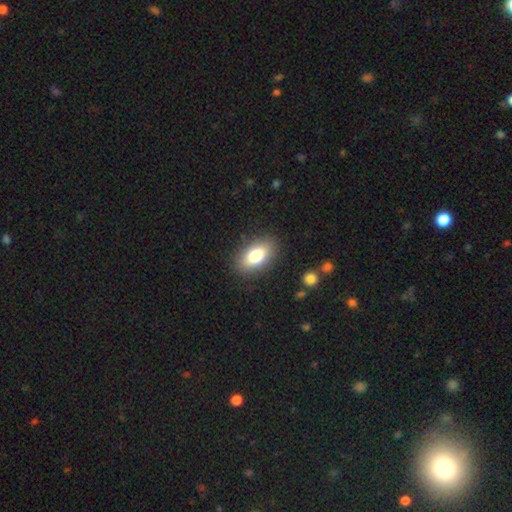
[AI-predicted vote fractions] Morphology: type=smooth (79%); roundness=in between (90%); merging=none (86%).